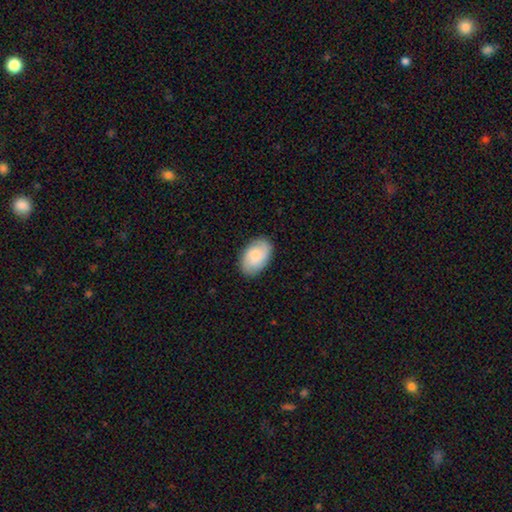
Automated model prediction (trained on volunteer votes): smooth 57%, featured or disk 36%, star or artifact 7%. Down the decision tree: how rounded — in between (90%); merging — none (85%).